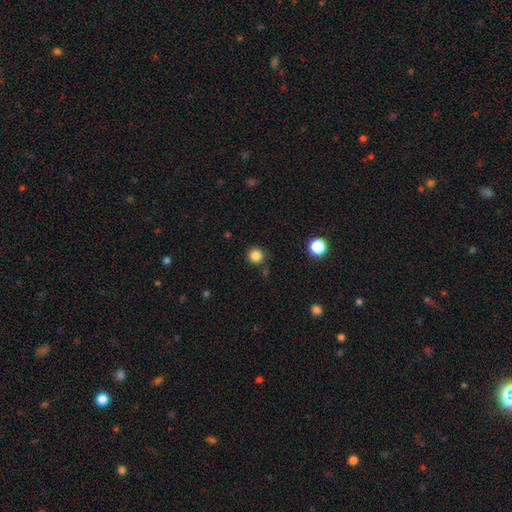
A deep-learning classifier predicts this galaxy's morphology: A smooth galaxy with no disk features (84%) that is round (94%). Merging: none (85%).